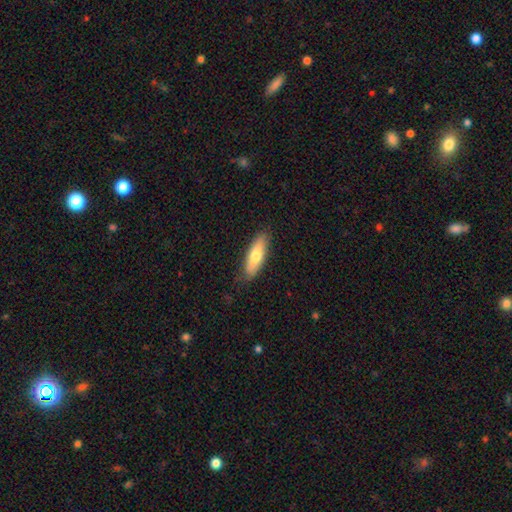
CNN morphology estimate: smooth 69%, featured or disk 25%, star or artifact 6%. Down the decision tree: how rounded — in between (51%); merging — none (83%).